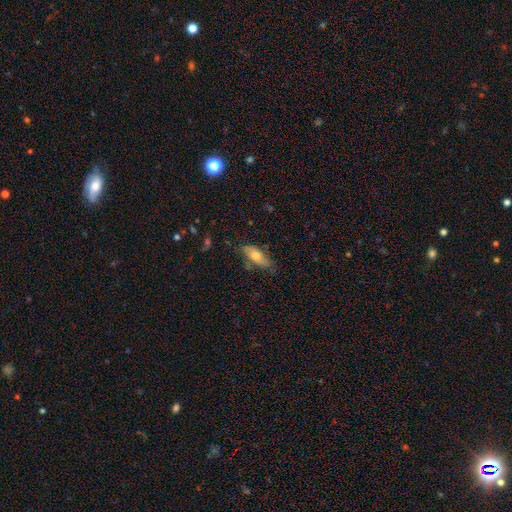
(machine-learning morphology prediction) smooth 66%, featured or disk 26%, star or artifact 7%. Down the decision tree: how rounded — in between (75%); merging — none (63%).